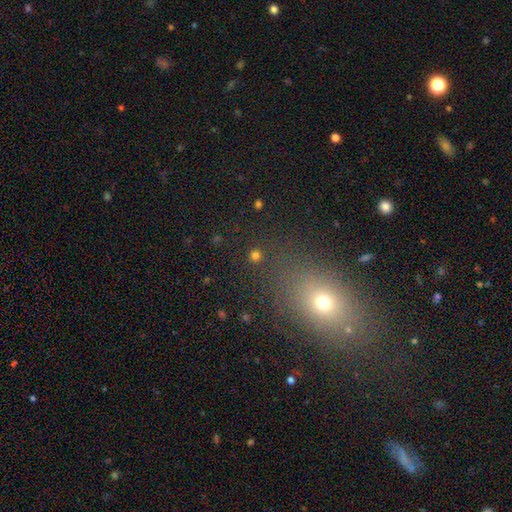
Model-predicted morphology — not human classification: type=smooth (66%); roundness=round (87%); merging=none (84%).